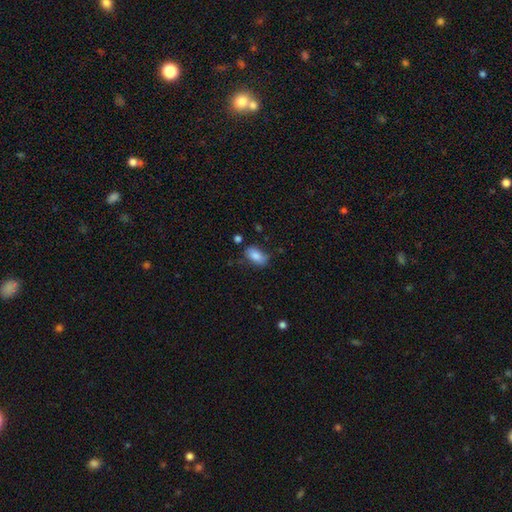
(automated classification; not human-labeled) Smooth or featured: smooth — 83% (featured or disk — 9%)
How rounded: in between — 91% (round — 5%)
Merging: none — 65% (minor disturbance — 25%)